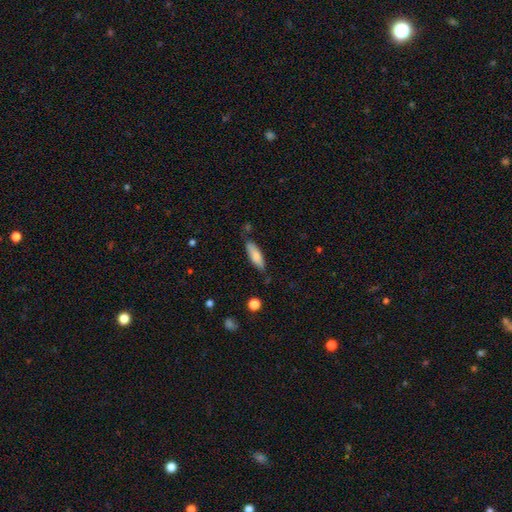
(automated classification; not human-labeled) Overall: smooth (77%). How rounded: in between (49%, tied with cigar-shaped). Merging: none (72%).